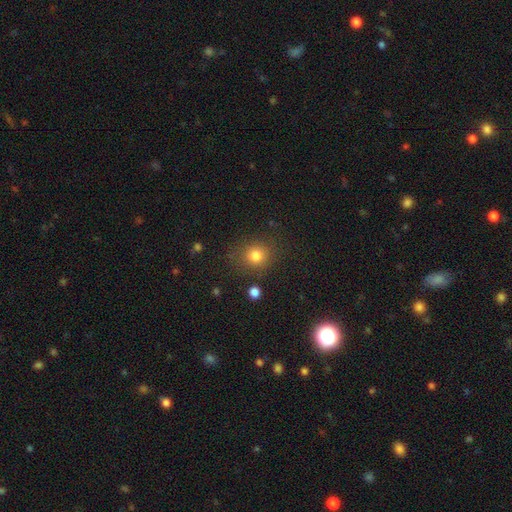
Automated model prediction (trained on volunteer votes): This is clearly a smooth galaxy (81%). How rounded: clearly round (83%). Merging: clearly none (82%).